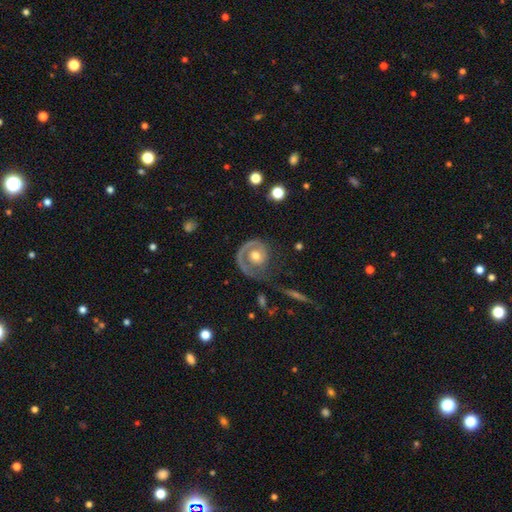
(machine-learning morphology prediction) featured or disk 80%, smooth 15%, star or artifact 5%. Down the decision tree: edge-on disk — no (98%); bar — no (80%); spiral arms — yes (87%); spiral arm count — 1 (85%); spiral winding — tight (61%); bulge size — moderate (70%); merging — none (54%).